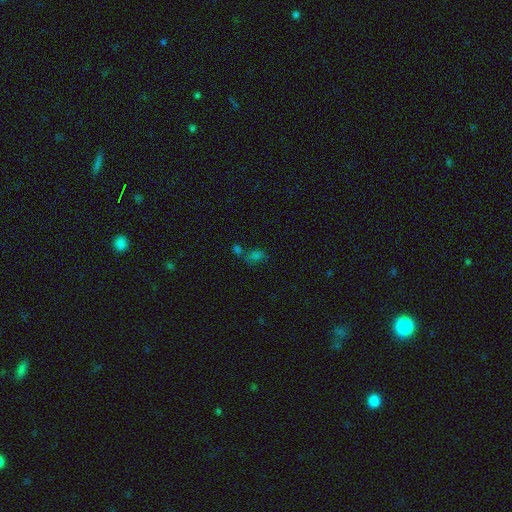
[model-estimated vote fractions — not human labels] smooth 51%, star or artifact 37%, featured or disk 11%. Down the decision tree: how rounded — in between (65%); merging — none (50%).